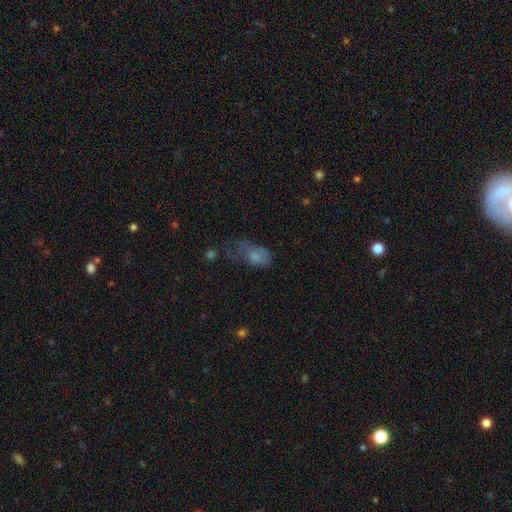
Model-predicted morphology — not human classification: Smooth or featured? Predicted: smooth (p=0.69). How rounded? Predicted: in between (p=0.86). Merging? Predicted: major disturbance (p=0.47).